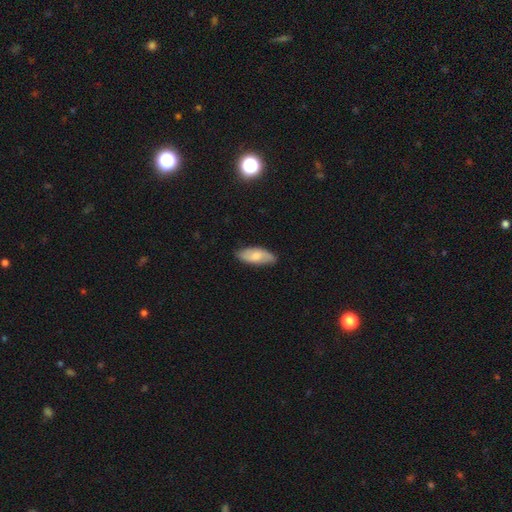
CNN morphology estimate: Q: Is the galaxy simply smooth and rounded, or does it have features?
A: smooth — 67%.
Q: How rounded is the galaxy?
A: in between — 82%.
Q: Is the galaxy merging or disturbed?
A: none — 80%.